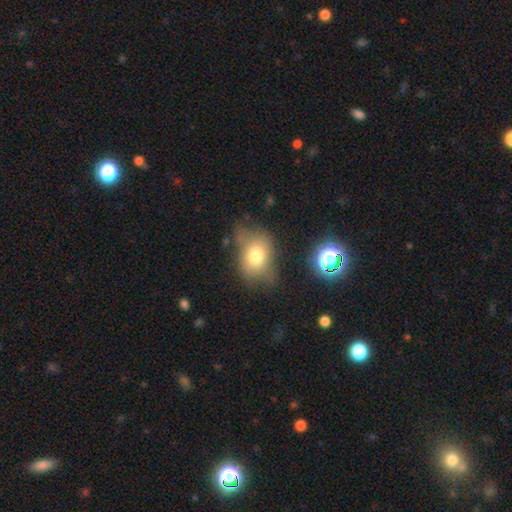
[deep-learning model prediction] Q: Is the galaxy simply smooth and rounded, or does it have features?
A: smooth — 69%.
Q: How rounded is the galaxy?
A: in between — 67%.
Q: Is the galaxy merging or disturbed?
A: none — 48%.